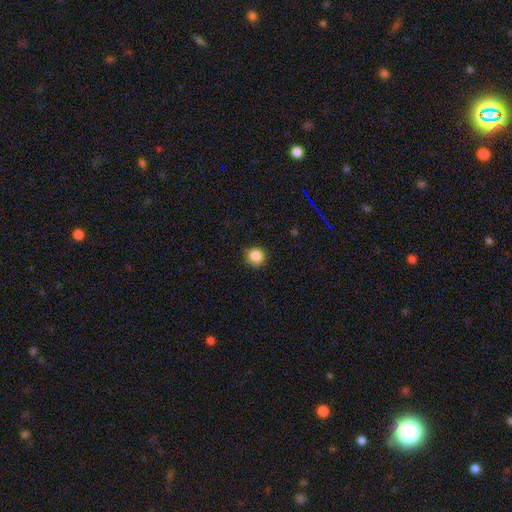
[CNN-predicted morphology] Smooth or featured?
  - smooth: 86% *
  - star or artifact: 10%
  - featured or disk: 4%
How rounded?
  - round: 89% *
  - in between: 10%
  - cigar-shaped: 1%
Merging?
  - none: 77% *
  - minor disturbance: 19%
  - major disturbance: 3%
  - merger: 1%